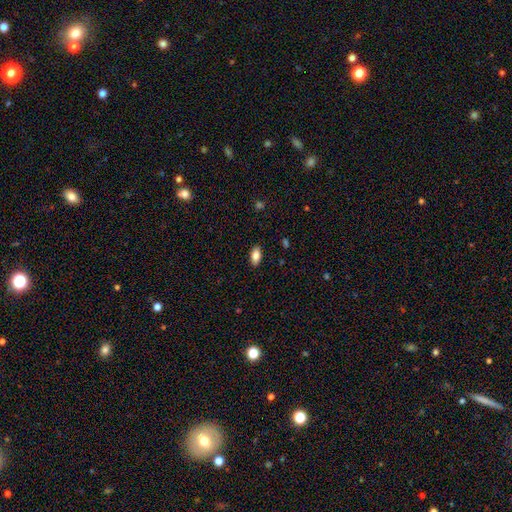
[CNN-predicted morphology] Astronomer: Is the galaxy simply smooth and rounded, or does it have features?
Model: smooth — 84%.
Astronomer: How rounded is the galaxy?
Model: in between — 90%.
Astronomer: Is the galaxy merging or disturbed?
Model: none — 88%.